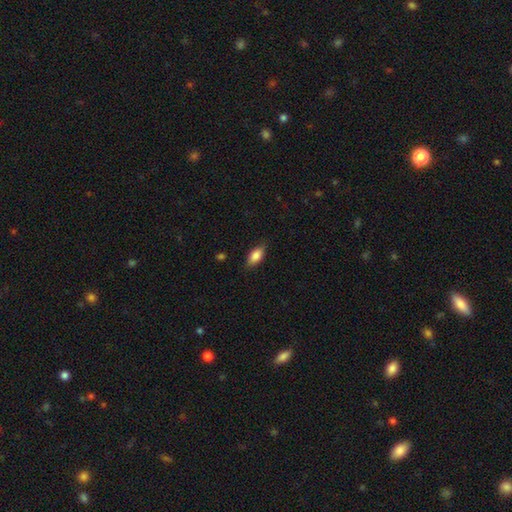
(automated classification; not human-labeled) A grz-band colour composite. It shows a smooth galaxy with no disk features (82%) that is in between round and cigar-shaped (85%). Merging: none (81%).